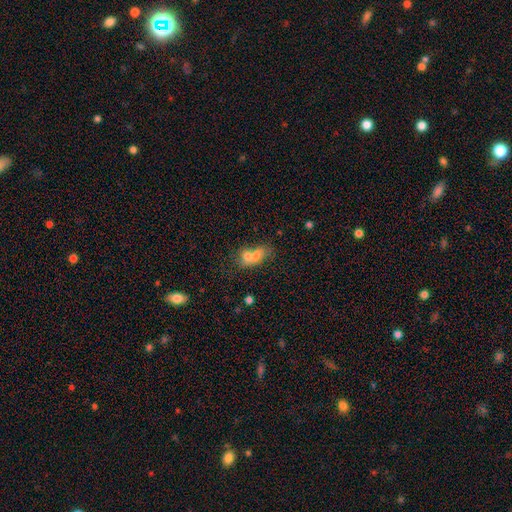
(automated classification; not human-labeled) smooth_or_featured: smooth (p=0.67) [alt: featured or disk p=0.21]
how_rounded: in between (p=0.63) [alt: round p=0.32]
merging: merger (p=0.66) [alt: none p=0.21]